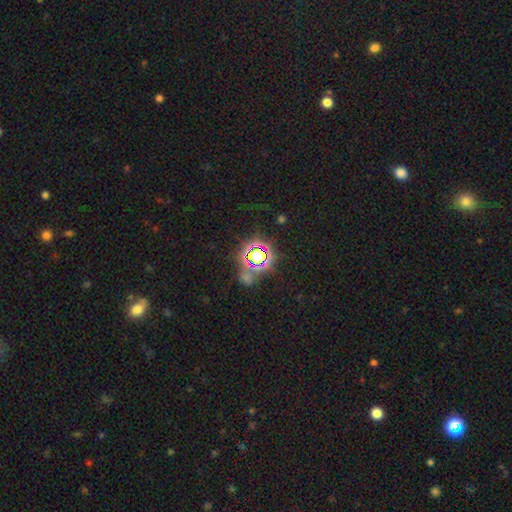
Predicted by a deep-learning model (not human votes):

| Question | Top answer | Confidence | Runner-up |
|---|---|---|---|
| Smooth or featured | star or artifact | 70% | smooth (20%) |